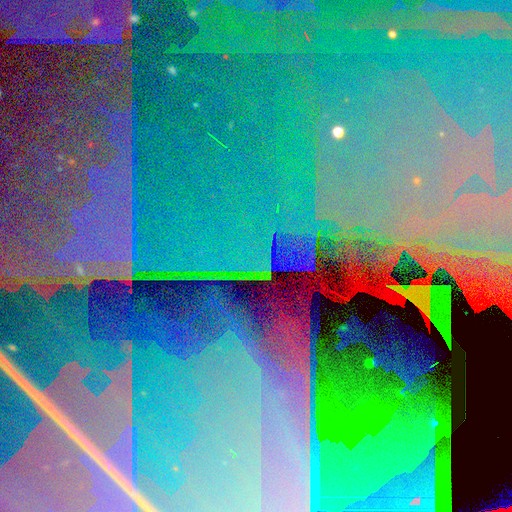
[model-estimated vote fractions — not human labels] A star or artifact, not a galaxy (86%).

Vote fractions:
- Smooth or featured? star or artifact: 86% / featured or disk: 8% / smooth: 7%